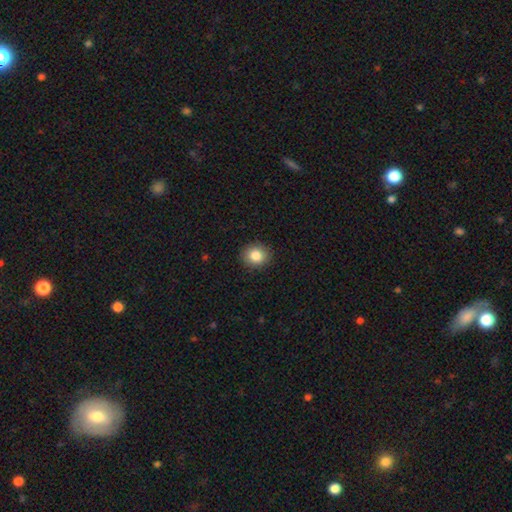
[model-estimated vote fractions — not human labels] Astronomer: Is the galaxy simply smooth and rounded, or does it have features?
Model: smooth — 85%.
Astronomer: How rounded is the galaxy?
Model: round — 77%.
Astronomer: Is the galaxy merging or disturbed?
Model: none — 91%.